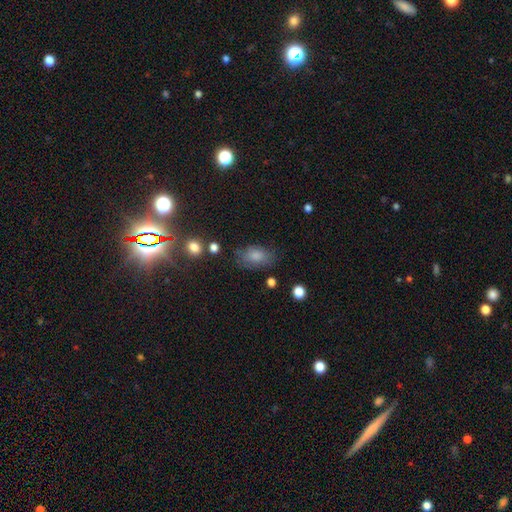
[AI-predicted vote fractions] Smooth or featured? smooth (80%)
How rounded? in between (86%)
Merging? none (65%)